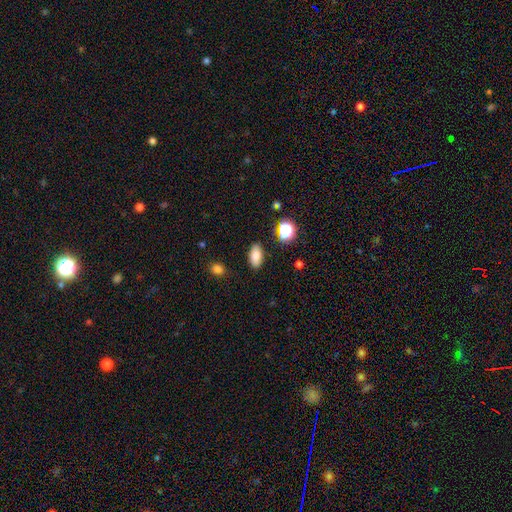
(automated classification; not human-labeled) smooth 83%, star or artifact 10%, featured or disk 7%. Down the decision tree: how rounded — in between (89%); merging — none (88%).